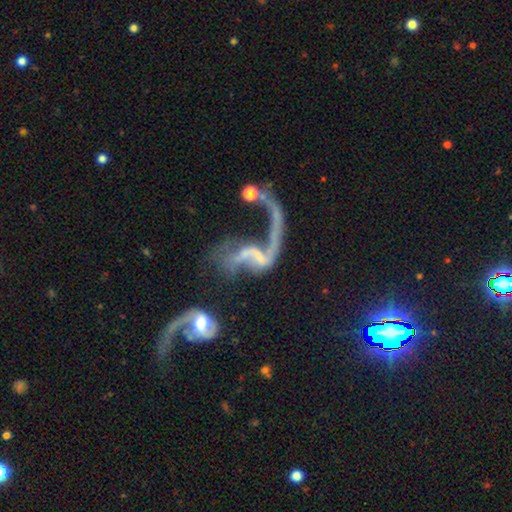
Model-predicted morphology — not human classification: Q: Smooth or featured?
A: featured or disk (80%); runner-up: smooth (11%)
Q: Edge-on disk?
A: no (95%); runner-up: yes (5%)
Q: Bar?
A: no (44%); runner-up: weak (34%)
Q: Spiral arms?
A: yes (74%); runner-up: no (26%)
Q: Spiral winding?
A: loose (90%); runner-up: medium (8%)
Q: Spiral arm count?
A: 2 (62%); runner-up: 1 (29%)
Q: Bulge size?
A: small (45%); runner-up: none (34%)
Q: Merging?
A: merger (38%); runner-up: major disturbance (37%)